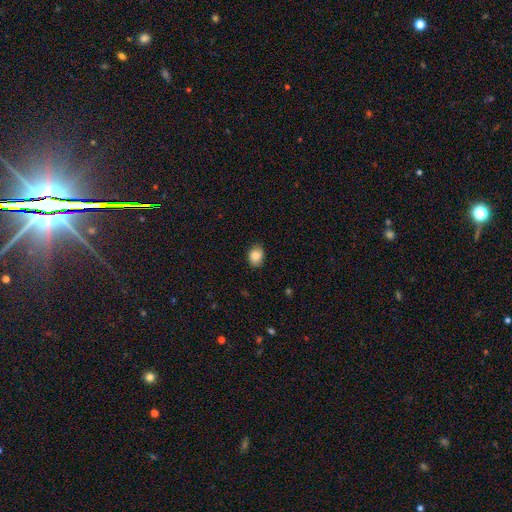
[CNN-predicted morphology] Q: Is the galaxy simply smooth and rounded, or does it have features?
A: smooth — 88%.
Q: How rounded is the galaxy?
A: in between — 54%.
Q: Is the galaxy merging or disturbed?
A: none — 83%.